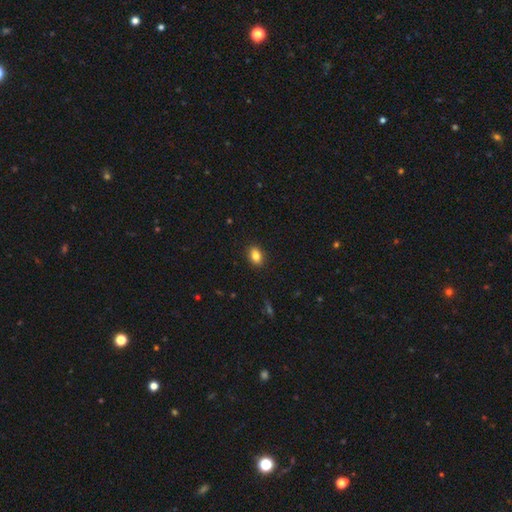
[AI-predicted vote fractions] A smooth galaxy with no disk features (83%) that is in between round and cigar-shaped (77%).

Vote fractions:
- Smooth or featured? smooth: 83% / star or artifact: 9% / featured or disk: 7%
- How rounded? in between: 77% / round: 21% / cigar-shaped: 2%
- Merging? none: 90% / minor disturbance: 8% / major disturbance: 2% / merger: 1%